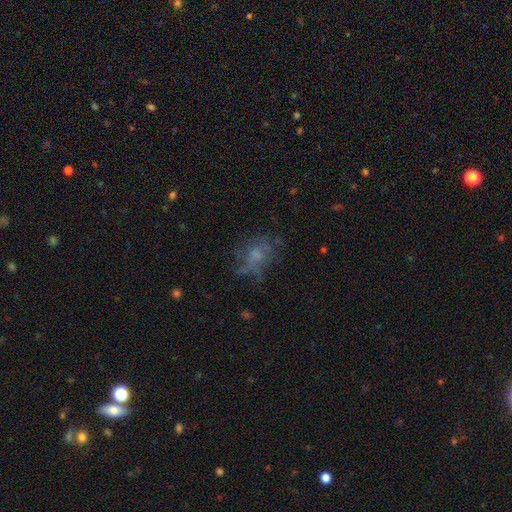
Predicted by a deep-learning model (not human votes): A smooth galaxy with no disk features (43%). Merging: none (52%).